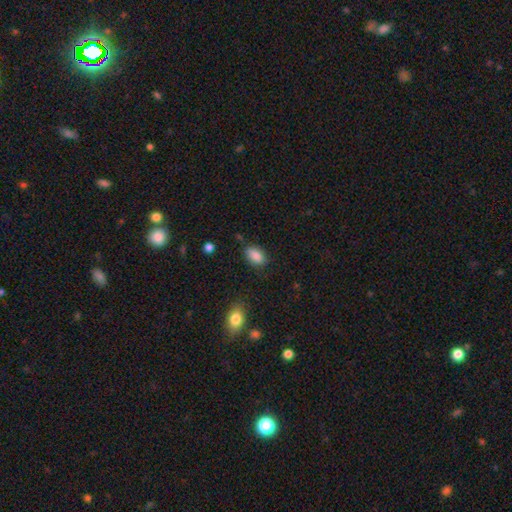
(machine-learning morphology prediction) A smooth galaxy with no disk features (87%) that is in between round and cigar-shaped (90%). Merging: none (78%).